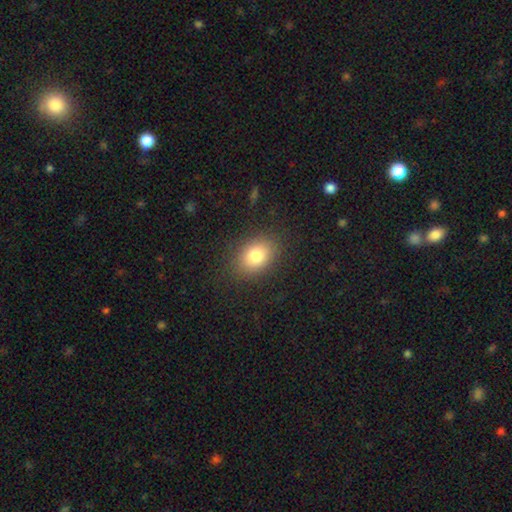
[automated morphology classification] type=smooth (80%); roundness=in between (66%); merging=none (85%).